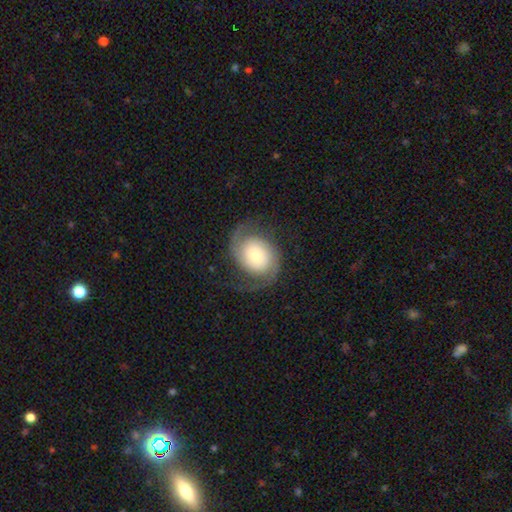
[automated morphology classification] smooth-or-featured: featured or disk: 81% | smooth: 13% | star or artifact: 6%
  disk-edge-on: no: 98% | yes: 2%
    bar: no: 69% | weak: 25% | strong: 7%
    has-spiral-arms: yes: 97% | no: 3%
      spiral-winding: medium: 45% | tight: 30% | loose: 25%
      spiral-arm-count: 2: 91% | can't tell: 3% | 3: 2% | 1: 2% | 4: 1% | more than 4: 1%
    bulge-size: small: 41% | moderate: 31% | large: 17% | dominant: 7% | none: 4%
  merging: none: 71% | minor disturbance: 16% | major disturbance: 12% | merger: 1%